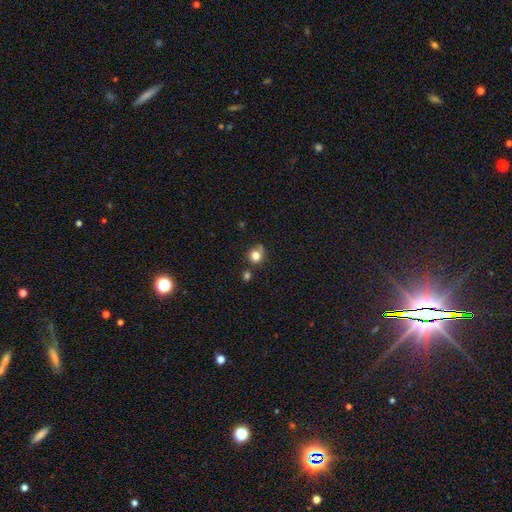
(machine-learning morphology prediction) Smooth or featured? smooth (81%)
How rounded? round (88%)
Merging? none (67%)